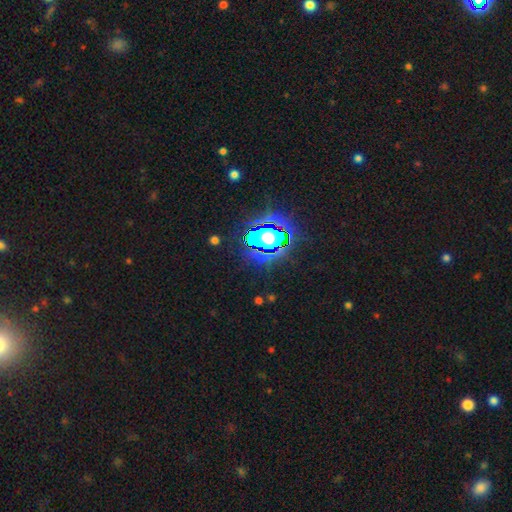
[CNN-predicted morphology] Smooth or featured? star or artifact (83%)